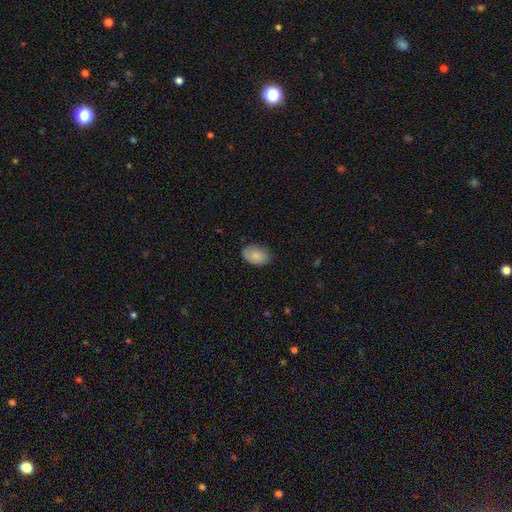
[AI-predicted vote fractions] Overall: smooth (84%). How rounded: in between (89%). Merging: none (77%).